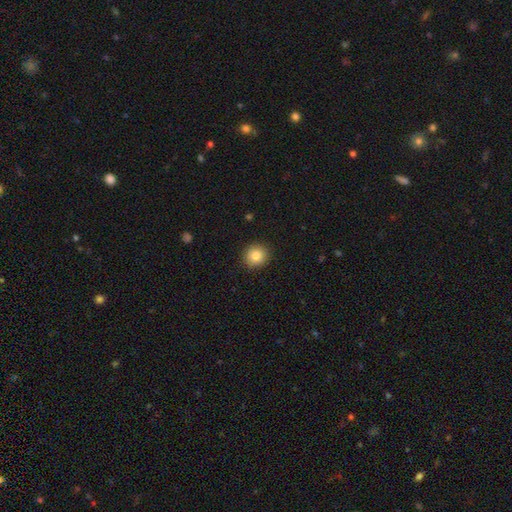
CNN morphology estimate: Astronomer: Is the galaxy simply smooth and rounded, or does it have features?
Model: smooth — 86%.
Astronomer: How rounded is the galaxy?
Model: round — 88%.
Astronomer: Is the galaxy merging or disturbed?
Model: none — 90%.